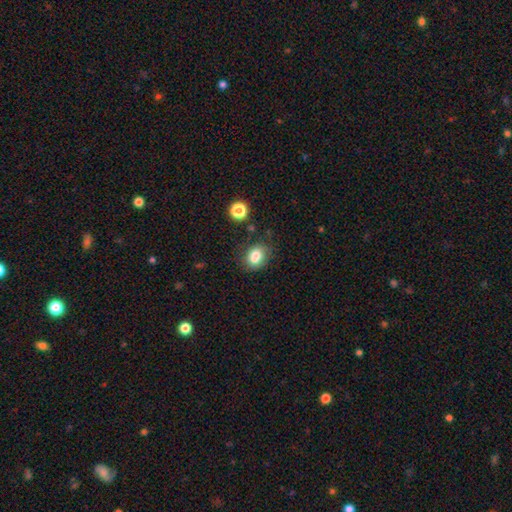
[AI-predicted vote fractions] Smooth or featured?
  - smooth: 81% *
  - star or artifact: 11%
  - featured or disk: 8%
How rounded?
  - in between: 56% *
  - round: 43%
  - cigar-shaped: 1%
Merging?
  - none: 68% *
  - minor disturbance: 19%
  - merger: 8%
  - major disturbance: 5%